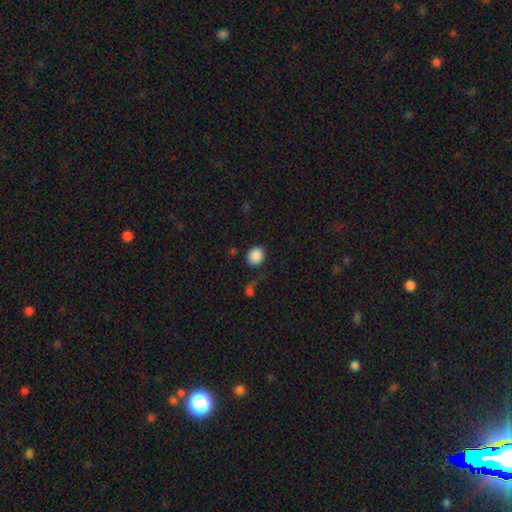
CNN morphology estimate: A smooth galaxy with no disk features (88%) that is round (70%).

Vote fractions:
- Smooth or featured? smooth: 88% / star or artifact: 8% / featured or disk: 4%
- How rounded? round: 70% / in between: 29% / cigar-shaped: 1%
- Merging? none: 73% / minor disturbance: 15% / major disturbance: 8% / merger: 5%